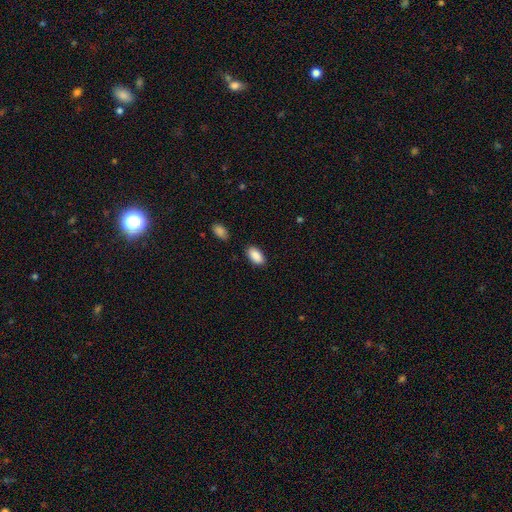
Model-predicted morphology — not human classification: Q: Smooth or featured?
A: smooth (89%); runner-up: star or artifact (7%)
Q: How rounded?
A: in between (94%); runner-up: cigar-shaped (3%)
Q: Merging?
A: none (85%); runner-up: minor disturbance (10%)